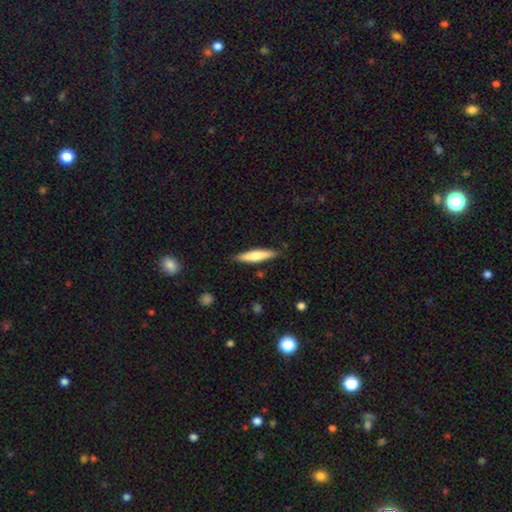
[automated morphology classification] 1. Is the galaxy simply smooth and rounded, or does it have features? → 65% smooth, 30% featured or disk, 6% star or artifact.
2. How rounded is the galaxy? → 83% cigar-shaped, 16% in between, 1% round.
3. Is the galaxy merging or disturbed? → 85% none, 11% minor disturbance, 2% major disturbance, 2% merger.